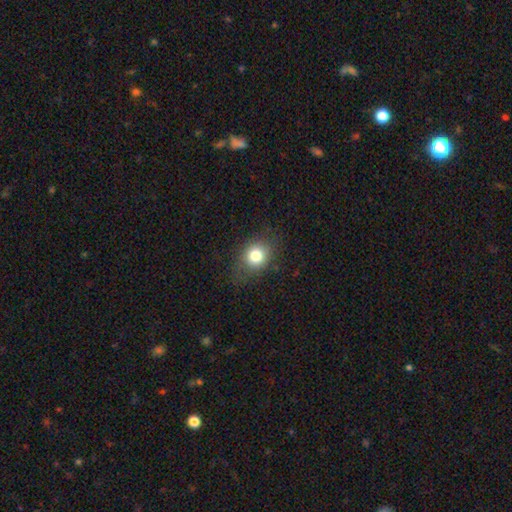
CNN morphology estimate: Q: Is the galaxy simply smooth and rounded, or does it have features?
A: smooth — 79%.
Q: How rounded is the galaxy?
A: round — 63%.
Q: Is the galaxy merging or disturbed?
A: none — 79%.